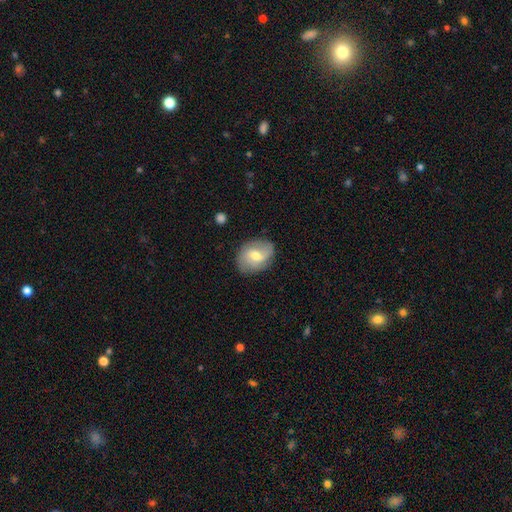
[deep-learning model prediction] Overall: featured or disk (50%; smooth 43%). Edge-on disk: no (96%). Merging: none (74%).